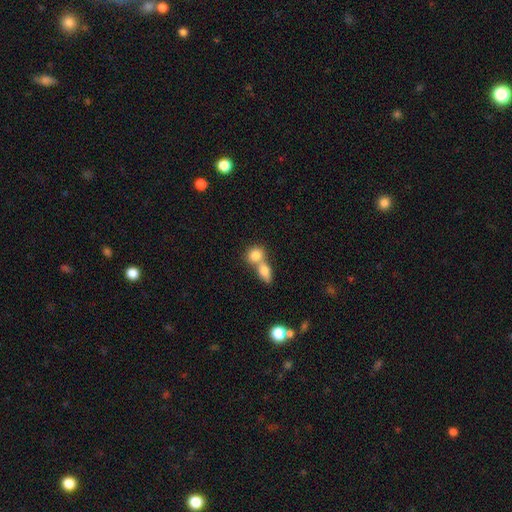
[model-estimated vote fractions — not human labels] A smooth galaxy with no disk features (81%) that is round (54%).

Vote fractions:
- Smooth or featured? smooth: 81% / featured or disk: 11% / star or artifact: 8%
- How rounded? round: 54% / in between: 43% / cigar-shaped: 3%
- Merging? merger: 61% / none: 30% / minor disturbance: 6% / major disturbance: 3%